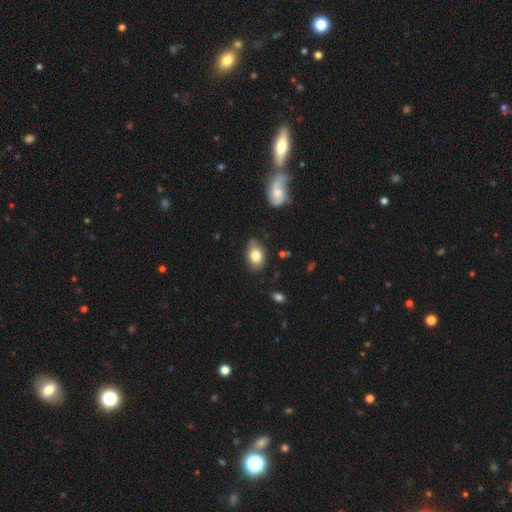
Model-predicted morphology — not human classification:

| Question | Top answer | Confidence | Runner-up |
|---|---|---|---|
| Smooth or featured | smooth | 81% | featured or disk (12%) |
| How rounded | in between | 84% | round (14%) |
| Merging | none | 70% | minor disturbance (24%) |